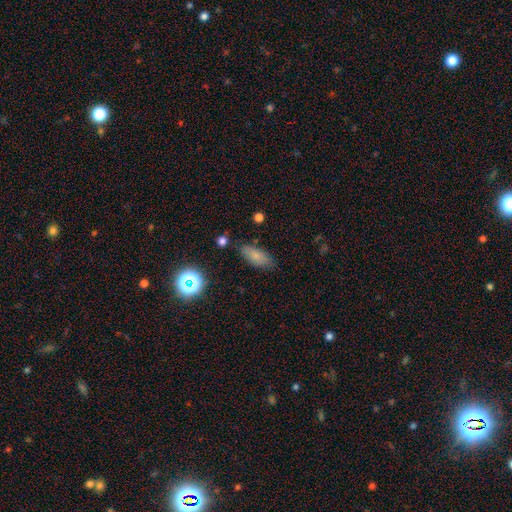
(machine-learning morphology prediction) Q: Smooth or featured?
A: smooth (77%); runner-up: star or artifact (12%)
Q: How rounded?
A: in between (80%); runner-up: cigar-shaped (16%)
Q: Merging?
A: none (78%); runner-up: minor disturbance (16%)